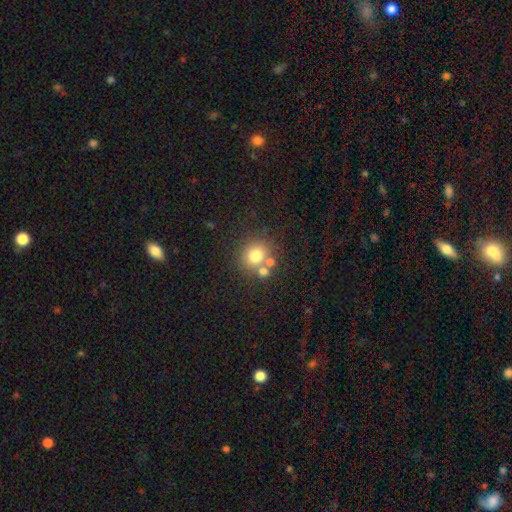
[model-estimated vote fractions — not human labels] Q: Smooth or featured?
A: smooth (74%); runner-up: star or artifact (14%)
Q: How rounded?
A: round (86%); runner-up: in between (14%)
Q: Merging?
A: none (63%); runner-up: merger (23%)